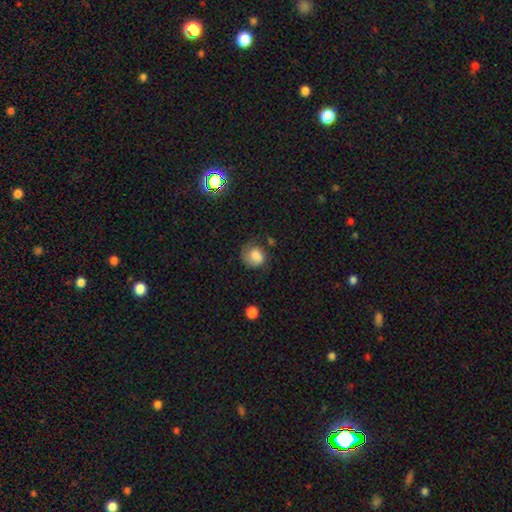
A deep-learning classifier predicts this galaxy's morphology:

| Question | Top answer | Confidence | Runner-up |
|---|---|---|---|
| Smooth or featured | smooth | 73% | featured or disk (17%) |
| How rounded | round | 65% | in between (34%) |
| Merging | none | 47% | minor disturbance (29%) |